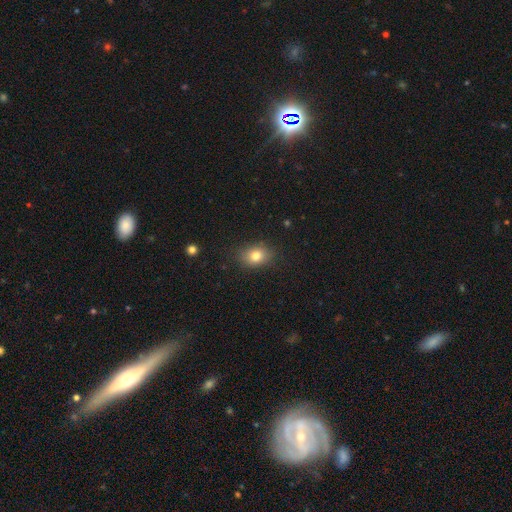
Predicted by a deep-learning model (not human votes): Morphology: type=smooth (79%); roundness=in between (65%); merging=none (85%).